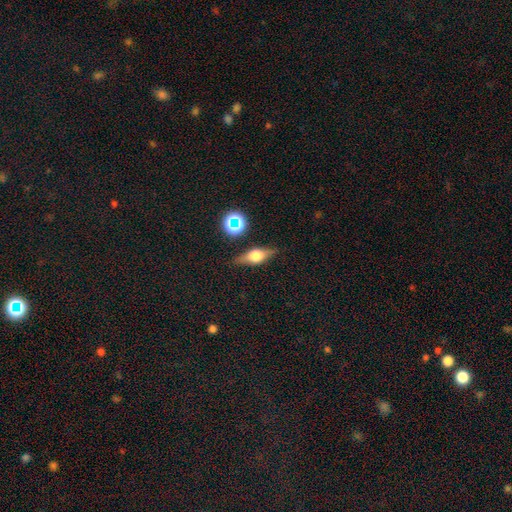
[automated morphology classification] This appears to be a featured or disk galaxy (55%) viewed edge-on (91%) with a rounded central bulge (93%). Merging: none (83%).